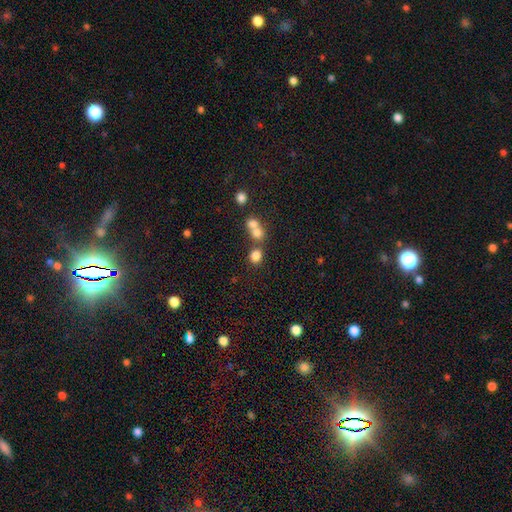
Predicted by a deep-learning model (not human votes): A smooth galaxy with no disk features (79%) that is round (71%). Merging: none (54%).